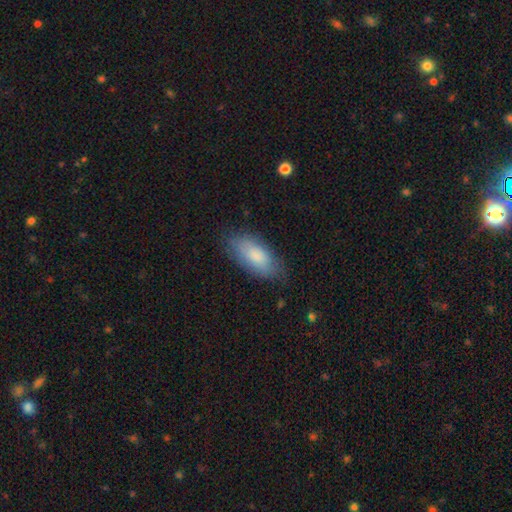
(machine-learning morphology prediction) smooth_or_featured: smooth (p=0.82) [alt: featured or disk p=0.12]
how_rounded: in between (p=0.88) [alt: cigar-shaped p=0.09]
merging: none (p=0.75) [alt: minor disturbance p=0.19]